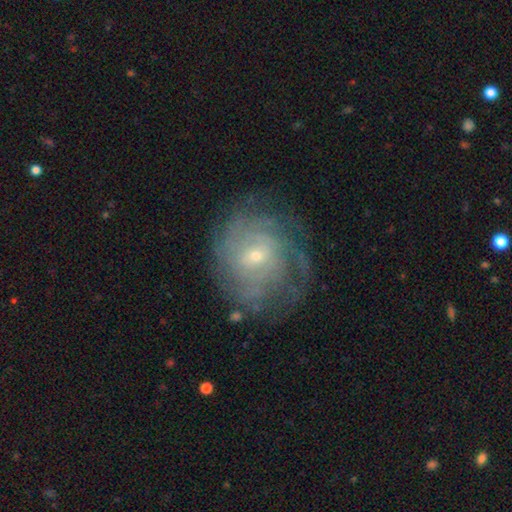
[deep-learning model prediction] Morphology: type=featured or disk (79%); edge-on=no (97%); bar=no (56%); spiral arms=yes (90%); winding=tight (66%); arm count=can't tell (48%); bulge=small (71%); merging=none (71%).